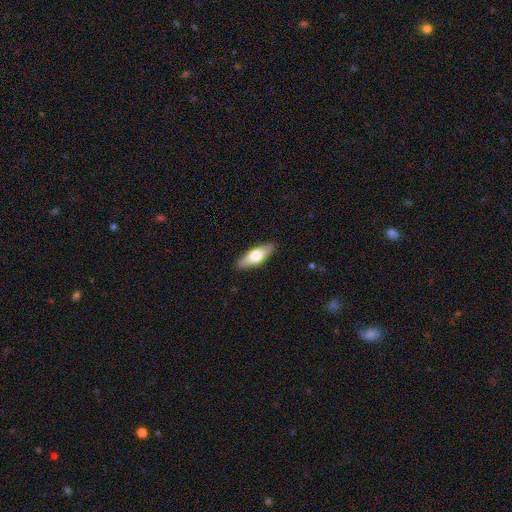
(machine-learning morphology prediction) This appears to be a smooth galaxy with no disk features (60%) that is in between round and cigar-shaped (57%). Merging: none (89%).